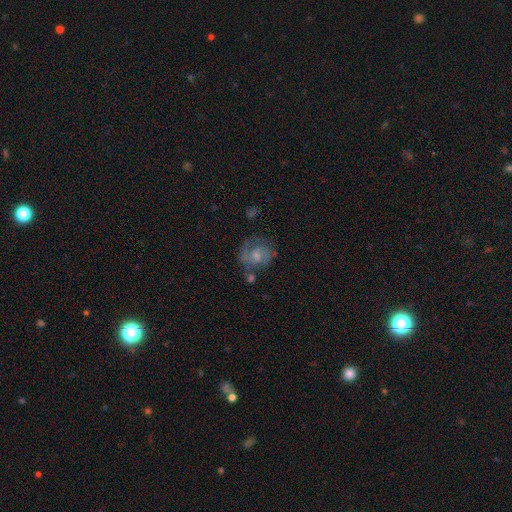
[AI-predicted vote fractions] Q: Smooth or featured?
A: featured or disk (68%); runner-up: smooth (21%)
Q: Edge-on disk?
A: no (97%); runner-up: yes (3%)
Q: Bar?
A: no (57%); runner-up: weak (37%)
Q: Spiral arms?
A: yes (86%); runner-up: no (14%)
Q: Spiral winding?
A: medium (43%); tied with: tight (43%)
Q: Spiral arm count?
A: 2 (59%); runner-up: can't tell (22%)
Q: Bulge size?
A: moderate (46%); runner-up: small (40%)
Q: Merging?
A: none (66%); runner-up: minor disturbance (19%)